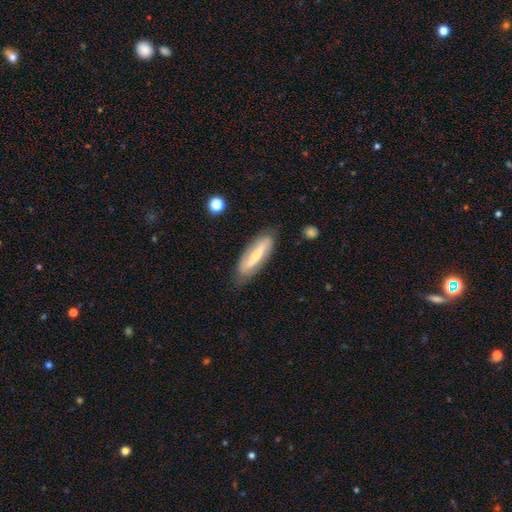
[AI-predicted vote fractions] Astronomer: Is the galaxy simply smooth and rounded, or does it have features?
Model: featured or disk — 61%.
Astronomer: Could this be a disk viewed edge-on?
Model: no — 65%.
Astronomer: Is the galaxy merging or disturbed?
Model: none — 79%.